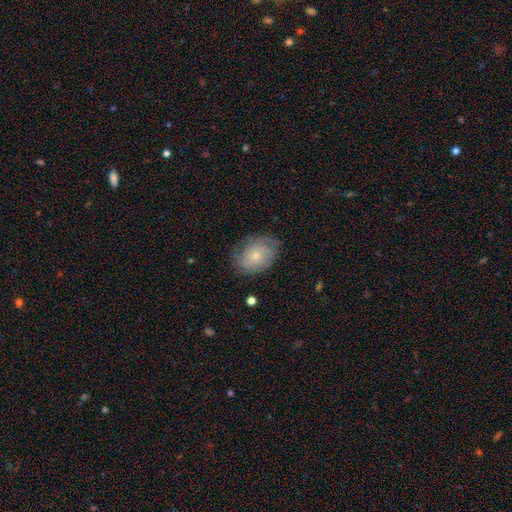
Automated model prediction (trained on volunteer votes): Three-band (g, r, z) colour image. It shows a smooth galaxy with no disk features (59%) that is in between round and cigar-shaped (66%). Merging: none (70%).